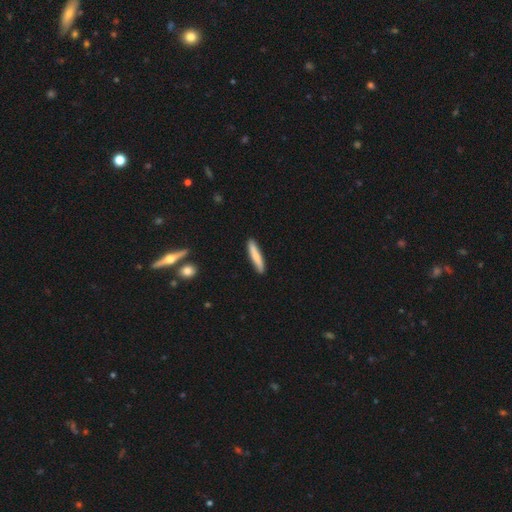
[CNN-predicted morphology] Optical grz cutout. It shows a smooth galaxy with no disk features (71%) that is cigar-shaped (90%). Merging: none (89%).